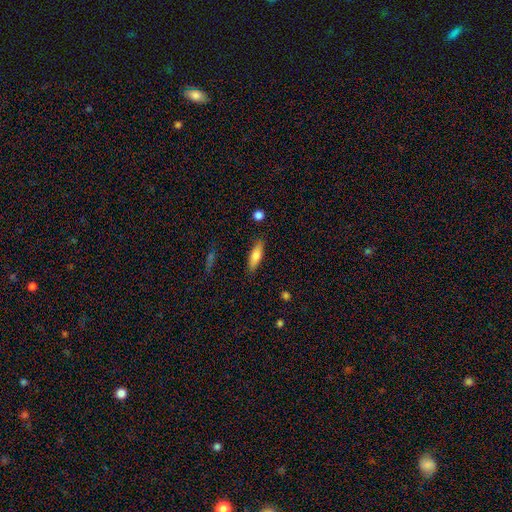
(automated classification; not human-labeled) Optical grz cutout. It shows a smooth galaxy with no disk features (73%) that is cigar-shaped (55%). Merging: none (87%).